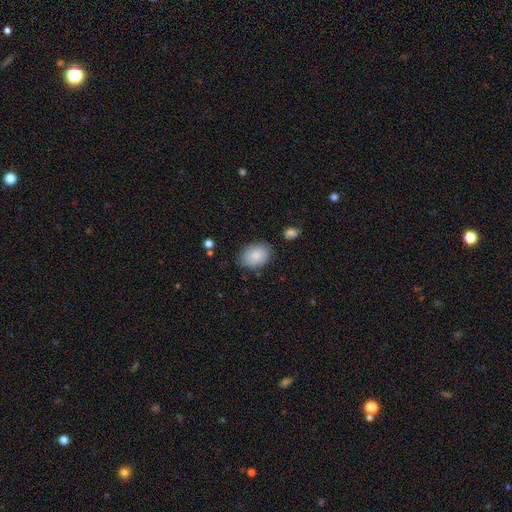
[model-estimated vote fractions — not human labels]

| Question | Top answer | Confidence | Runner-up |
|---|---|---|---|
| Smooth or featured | smooth | 78% | featured or disk (15%) |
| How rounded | in between | 76% | round (23%) |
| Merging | none | 74% | minor disturbance (19%) |